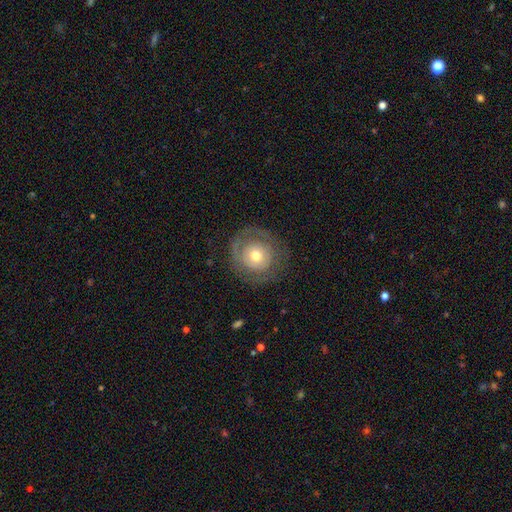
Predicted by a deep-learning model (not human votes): The model was most divided on "smooth or featured": featured or disk: 48%, smooth: 45%, star or artifact: 8%. More confident: merging — none (74%).